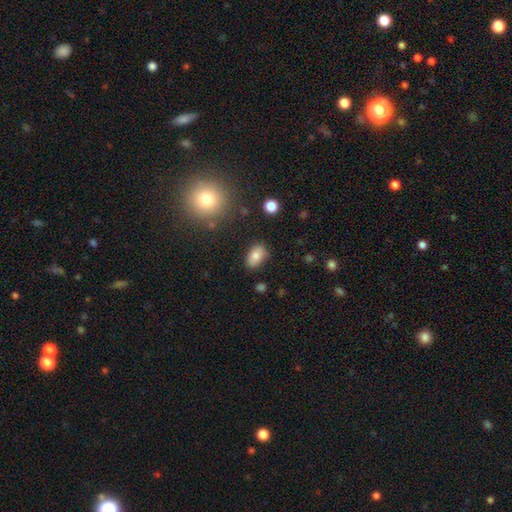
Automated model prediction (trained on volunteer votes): smooth 79%, featured or disk 12%, star or artifact 9%. Down the decision tree: how rounded — in between (89%); merging — none (79%).